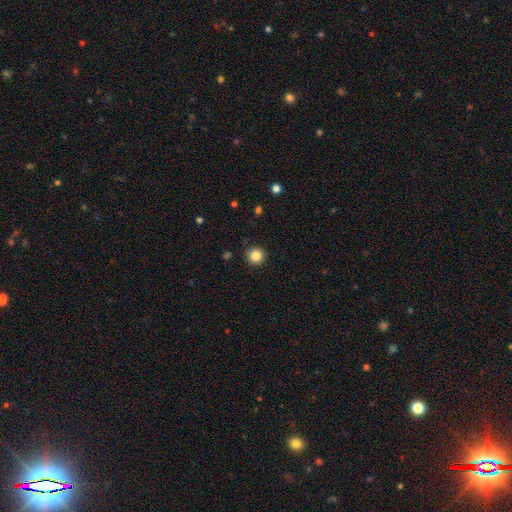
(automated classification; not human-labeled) Smooth or featured?
  - smooth: 85% *
  - star or artifact: 11%
  - featured or disk: 5%
How rounded?
  - round: 95% *
  - in between: 4%
  - cigar-shaped: 1%
Merging?
  - none: 91% *
  - minor disturbance: 6%
  - major disturbance: 2%
  - merger: 1%